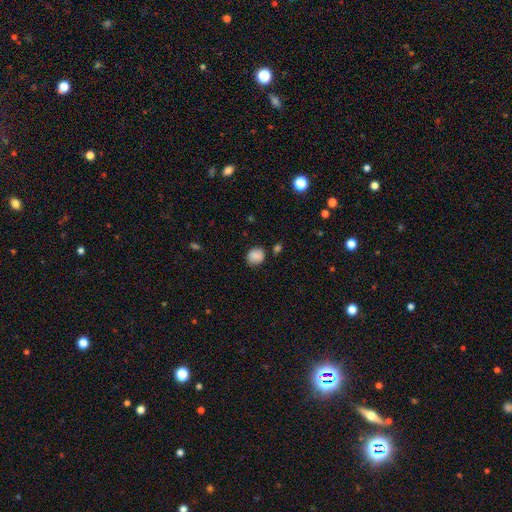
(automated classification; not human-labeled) This is clearly a smooth galaxy (86%). How rounded: likely round (70%). Merging: likely none (77%).